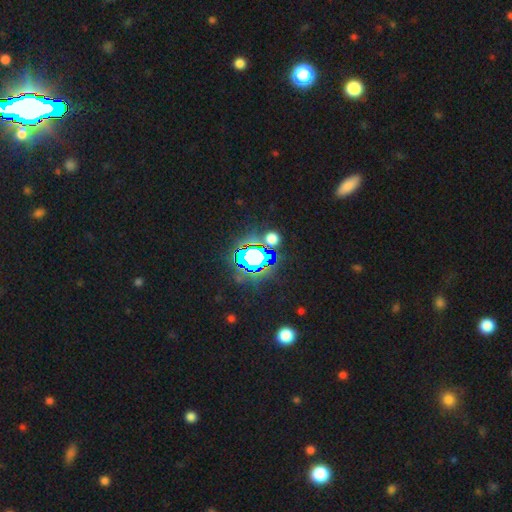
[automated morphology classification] type=star or artifact (66%).